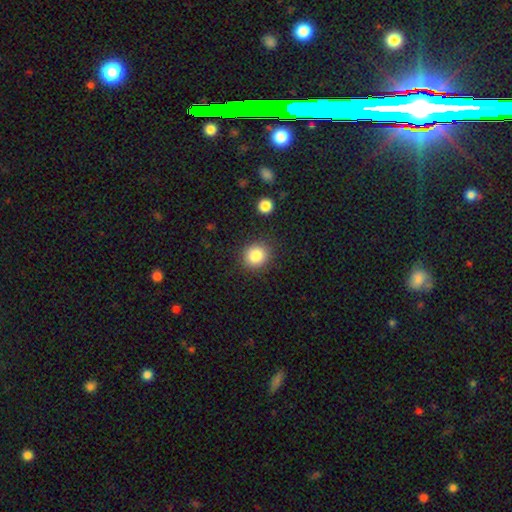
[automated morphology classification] A smooth galaxy with no disk features (84%) that is round (84%).

Vote fractions:
- Smooth or featured? smooth: 84% / star or artifact: 10% / featured or disk: 6%
- How rounded? round: 84% / in between: 16% / cigar-shaped: 1%
- Merging? none: 87% / minor disturbance: 8% / major disturbance: 3% / merger: 2%